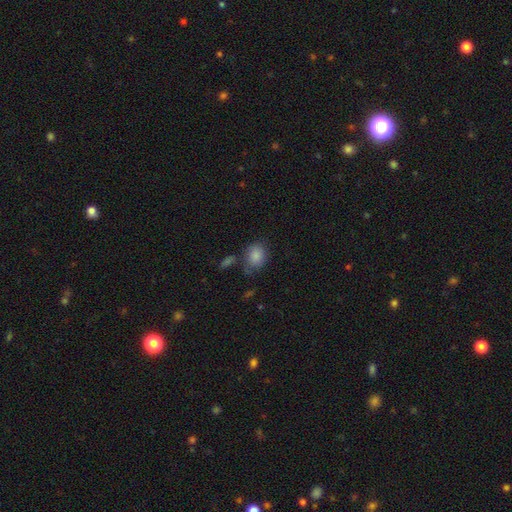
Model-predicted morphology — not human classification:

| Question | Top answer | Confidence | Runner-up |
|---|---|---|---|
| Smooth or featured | smooth | 86% | star or artifact (8%) |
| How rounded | in between | 52% | round (47%) |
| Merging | none | 66% | minor disturbance (18%) |